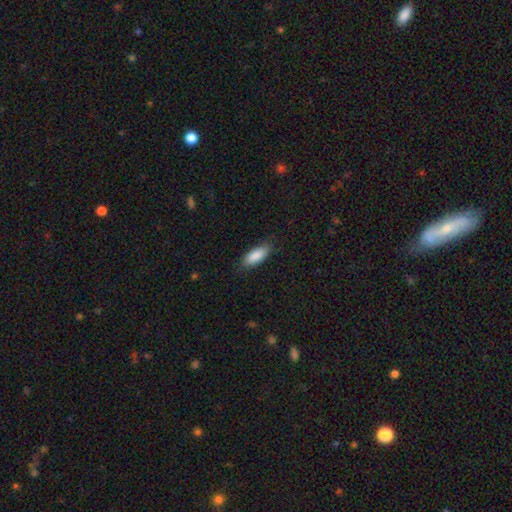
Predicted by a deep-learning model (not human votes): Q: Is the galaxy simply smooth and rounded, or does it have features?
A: smooth — 88%.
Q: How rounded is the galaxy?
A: in between — 80%.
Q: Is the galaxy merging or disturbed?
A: none — 81%.